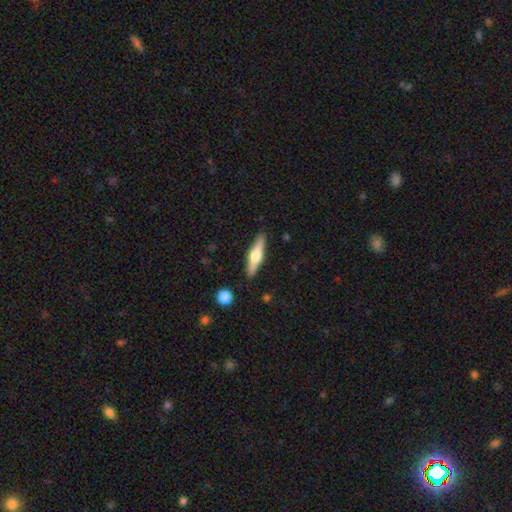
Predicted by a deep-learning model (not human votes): The model was most divided on "smooth or featured": featured or disk: 53%, smooth: 41%, star or artifact: 6%. More confident: edge-on disk — yes (95%); edge-on bulge — rounded (91%); merging — none (88%).